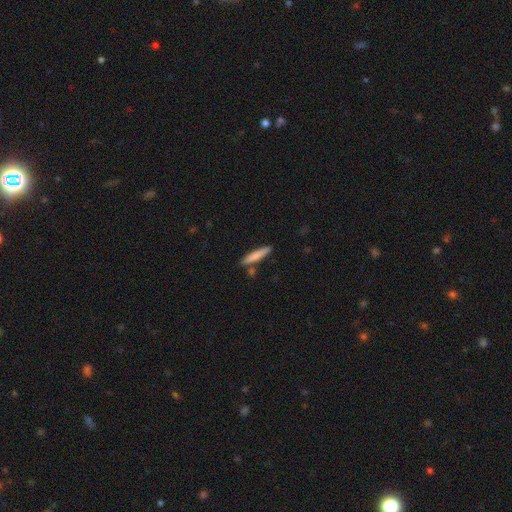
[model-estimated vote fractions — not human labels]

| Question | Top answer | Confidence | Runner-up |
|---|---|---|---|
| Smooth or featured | smooth | 75% | featured or disk (20%) |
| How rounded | cigar-shaped | 92% | in between (7%) |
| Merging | none | 82% | minor disturbance (10%) |